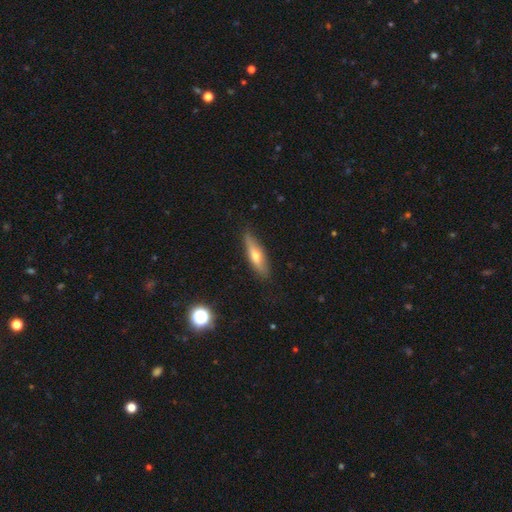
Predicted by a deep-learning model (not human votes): Morphology: type=smooth (48%); merging=none (84%).